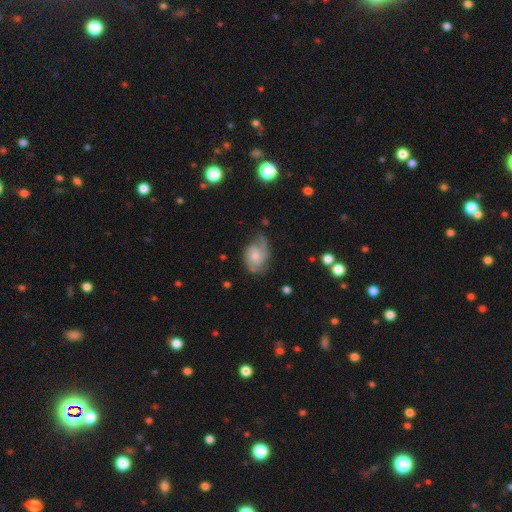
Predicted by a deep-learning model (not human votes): Q: Smooth or featured?
A: featured or disk (69%); runner-up: smooth (24%)
Q: Edge-on disk?
A: no (97%); runner-up: yes (3%)
Q: Bar?
A: no (69%); runner-up: weak (27%)
Q: Spiral arms?
A: yes (90%); runner-up: no (10%)
Q: Spiral winding?
A: medium (43%); runner-up: tight (34%)
Q: Spiral arm count?
A: 2 (53%); runner-up: 1 (18%)
Q: Bulge size?
A: small (46%); runner-up: moderate (43%)
Q: Merging?
A: none (51%); runner-up: minor disturbance (29%)